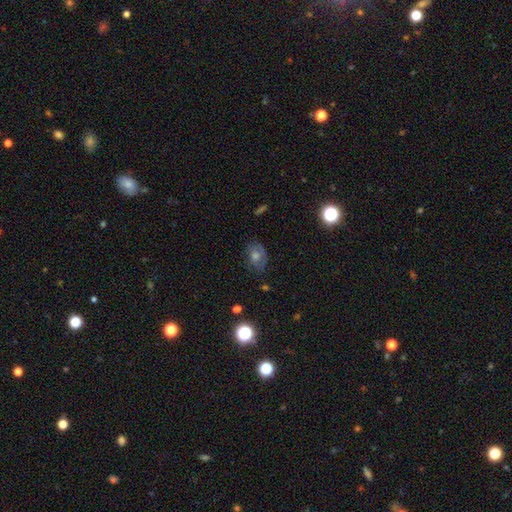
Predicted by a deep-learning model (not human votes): The model was most divided on "smooth or featured": featured or disk: 38%, smooth: 37%, star or artifact: 25%. More confident: merging — none (75%).